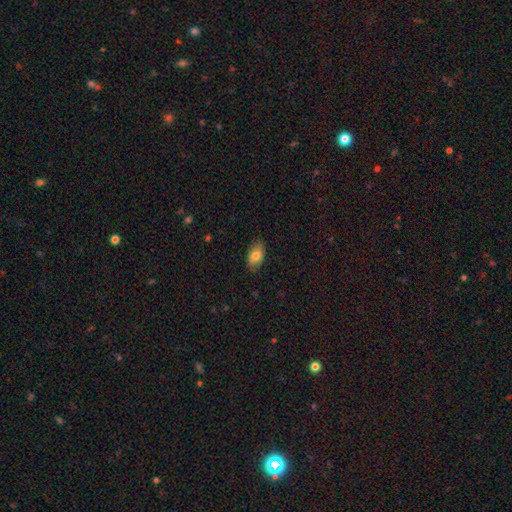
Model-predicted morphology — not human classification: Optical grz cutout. It shows a smooth galaxy with no disk features (80%) that is in between round and cigar-shaped (91%). Merging: none (83%).